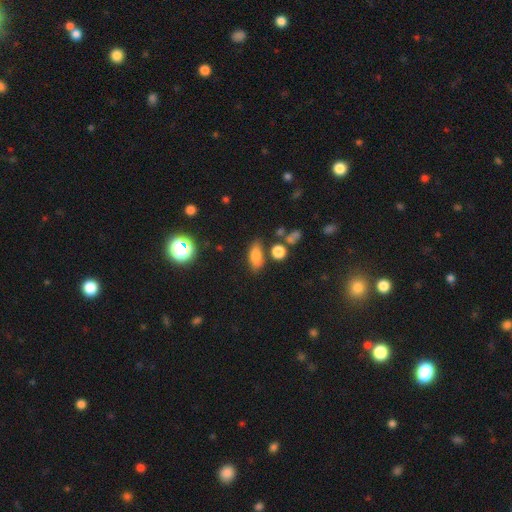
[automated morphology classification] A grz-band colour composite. It shows a smooth galaxy with no disk features (77%) that is in between round and cigar-shaped (78%). Merging: none (72%).